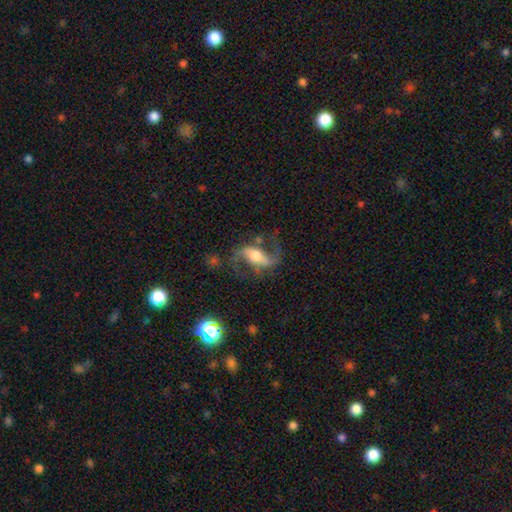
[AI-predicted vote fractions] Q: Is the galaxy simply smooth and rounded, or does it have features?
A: featured or disk — 85%.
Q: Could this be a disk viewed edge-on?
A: no — 94%.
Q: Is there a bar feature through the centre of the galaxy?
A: strong — 46%.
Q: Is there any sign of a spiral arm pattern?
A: yes — 95%.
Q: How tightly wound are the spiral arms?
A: loose — 63%.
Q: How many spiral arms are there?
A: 2 — 92%.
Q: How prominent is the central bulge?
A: moderate — 59%.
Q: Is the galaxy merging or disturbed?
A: none — 65%.